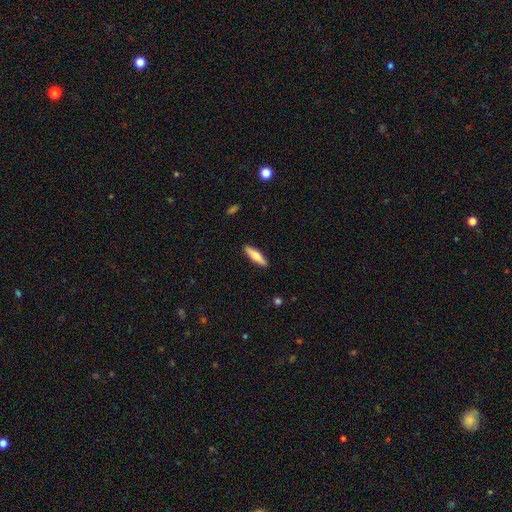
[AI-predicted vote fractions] Smooth or featured? smooth (63%)
How rounded? cigar-shaped (73%)
Merging? none (90%)